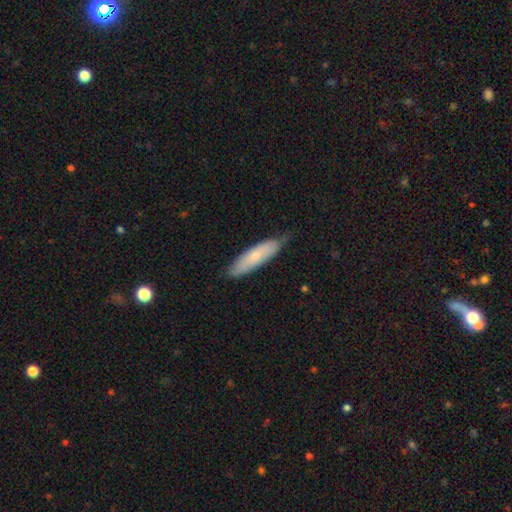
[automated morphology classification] Smooth or featured: smooth — 68% (featured or disk — 26%)
How rounded: cigar-shaped — 66% (in between — 33%)
Merging: none — 71% (minor disturbance — 25%)